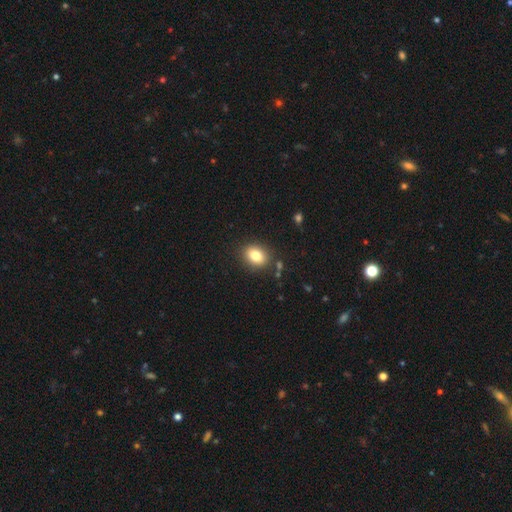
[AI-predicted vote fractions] Morphology: type=smooth (81%); roundness=in between (61%); merging=none (85%).